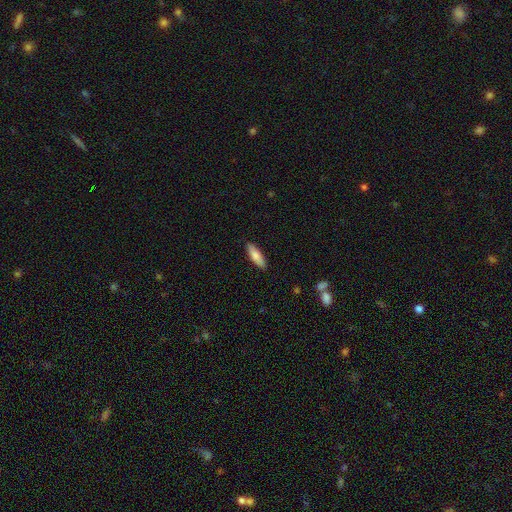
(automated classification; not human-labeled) Smooth or featured? smooth (77%)
How rounded? cigar-shaped (56%)
Merging? none (88%)